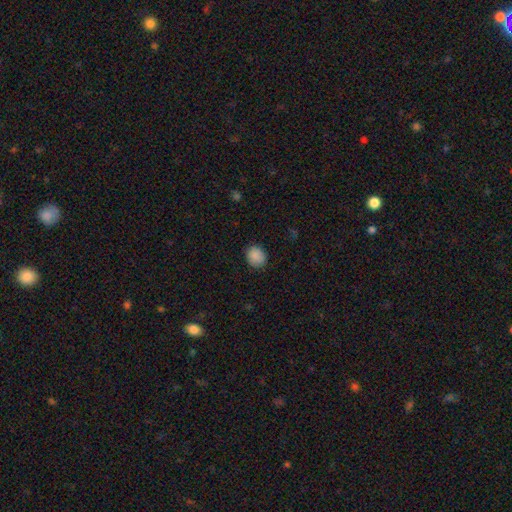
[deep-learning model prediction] Smooth or featured? smooth (88%)
How rounded? round (68%)
Merging? none (86%)